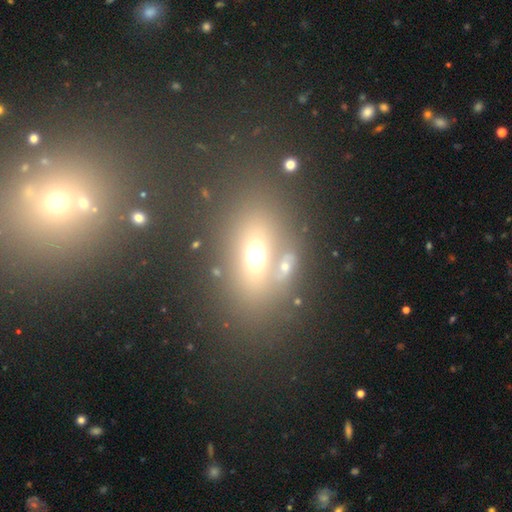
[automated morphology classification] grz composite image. It shows a smooth galaxy with no disk features (55%) that is in between round and cigar-shaped (75%). Merging: none (65%).